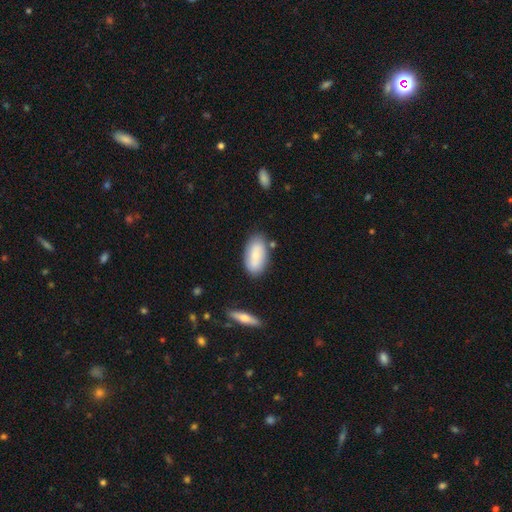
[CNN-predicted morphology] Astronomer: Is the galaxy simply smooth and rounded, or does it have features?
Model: smooth — 70%.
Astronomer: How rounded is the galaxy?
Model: in between — 92%.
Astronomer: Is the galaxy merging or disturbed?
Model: none — 76%.